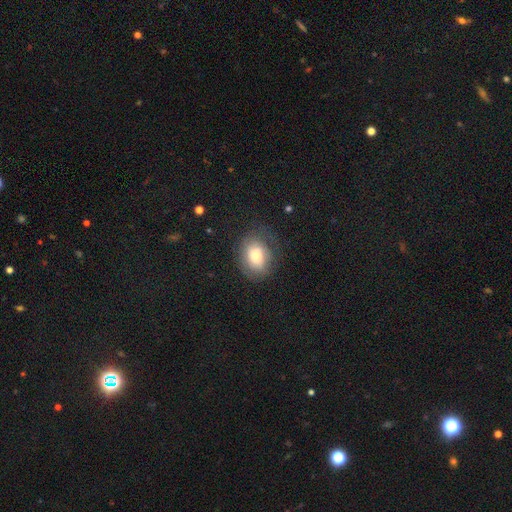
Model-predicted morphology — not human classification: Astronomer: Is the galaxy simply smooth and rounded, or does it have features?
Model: smooth — 67%.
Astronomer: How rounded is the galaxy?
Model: in between — 57% (runner-up: round, 42%).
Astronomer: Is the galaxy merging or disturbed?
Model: none — 65%.